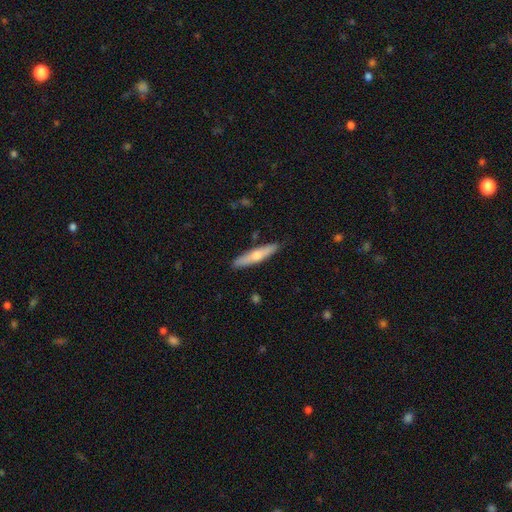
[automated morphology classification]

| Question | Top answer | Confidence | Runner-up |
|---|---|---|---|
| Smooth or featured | smooth | 54% | featured or disk (40%) |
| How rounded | cigar-shaped | 84% | in between (14%) |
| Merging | none | 88% | minor disturbance (9%) |